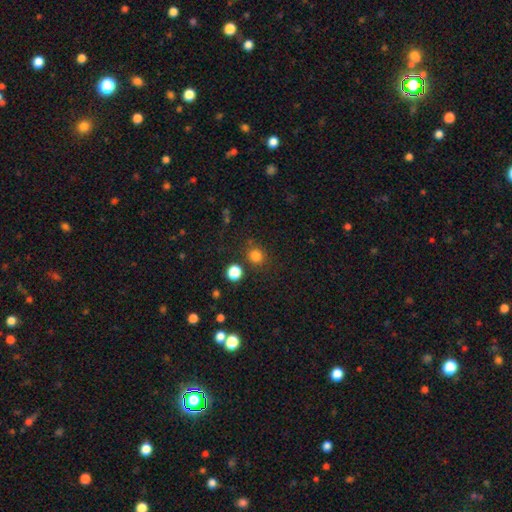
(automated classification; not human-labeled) Morphology: type=smooth (80%); roundness=round (85%); merging=none (80%).